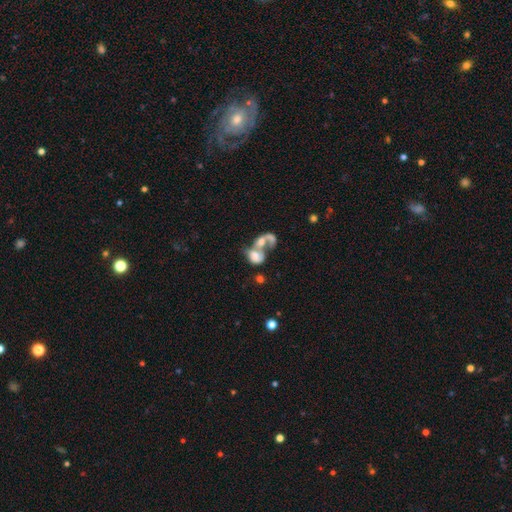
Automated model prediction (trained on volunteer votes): The model was most divided on "smooth or featured": featured or disk: 46%, smooth: 45%, star or artifact: 10%. More confident: merging — merger (77%).